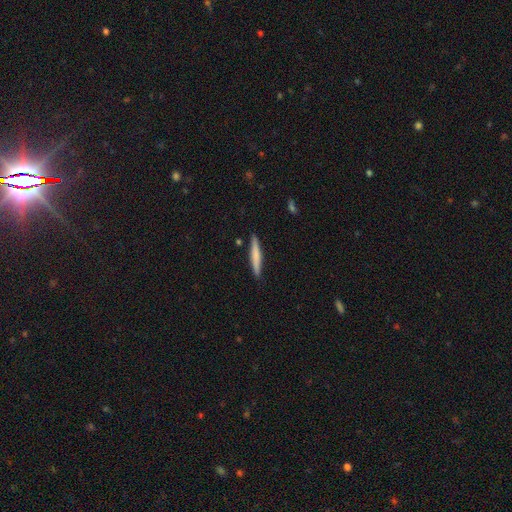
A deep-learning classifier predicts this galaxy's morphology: A smooth galaxy with no disk features (67%) that is cigar-shaped (95%).

Vote fractions:
- Smooth or featured? smooth: 67% / featured or disk: 27% / star or artifact: 5%
- How rounded? cigar-shaped: 95% / in between: 4% / round: 1%
- Merging? none: 89% / minor disturbance: 8% / major disturbance: 2% / merger: 2%